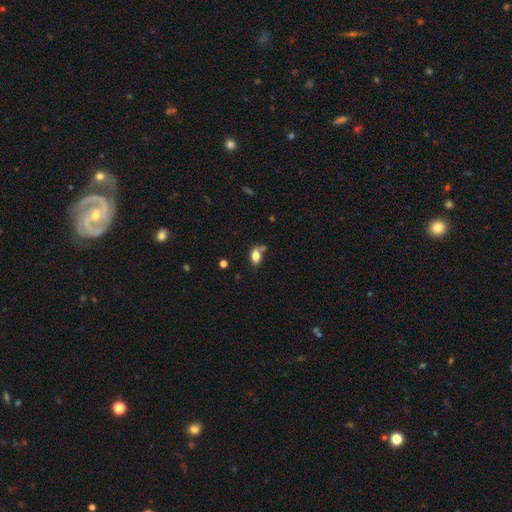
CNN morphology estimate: smooth_or_featured: smooth (p=0.77) [alt: featured or disk p=0.13]
how_rounded: in between (p=0.84) [alt: round p=0.12]
merging: none (p=0.49) [alt: minor disturbance p=0.24]